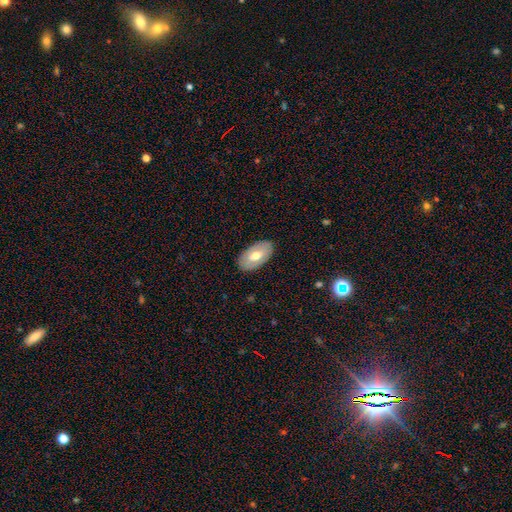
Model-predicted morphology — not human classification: Overall: smooth (58%; featured or disk 36%). How rounded: in between (95%). Merging: none (87%).